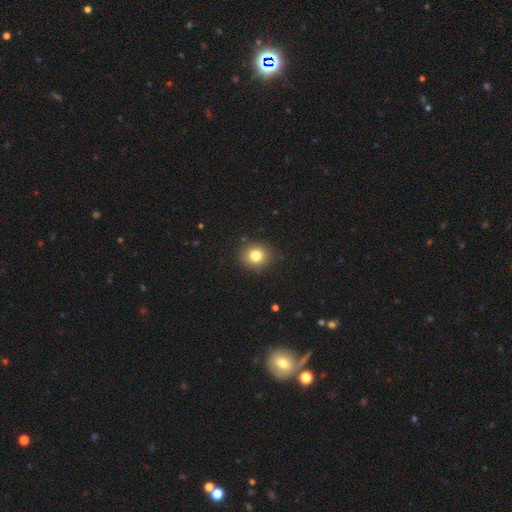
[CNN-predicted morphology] Smooth or featured: smooth — 81% (star or artifact — 12%)
How rounded: round — 83% (in between — 16%)
Merging: none — 89% (minor disturbance — 7%)